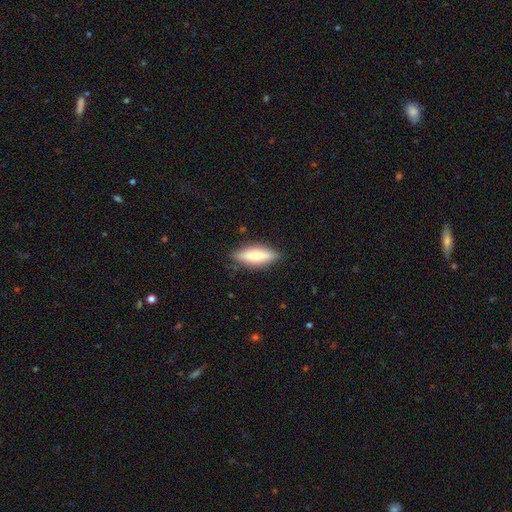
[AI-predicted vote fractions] Overall: smooth (50%; featured or disk 43%). How rounded: in between (51%; cigar-shaped 46%). Merging: none (85%).